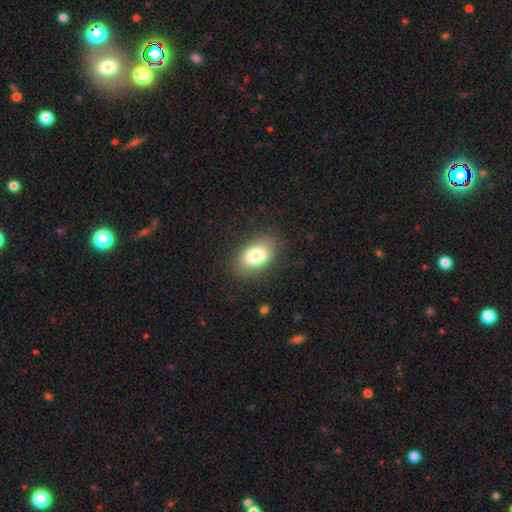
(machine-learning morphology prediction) Smooth or featured?
  - smooth: 78% *
  - featured or disk: 14%
  - star or artifact: 8%
How rounded?
  - in between: 87% *
  - round: 12%
  - cigar-shaped: 1%
Merging?
  - none: 83% *
  - minor disturbance: 12%
  - major disturbance: 4%
  - merger: 1%